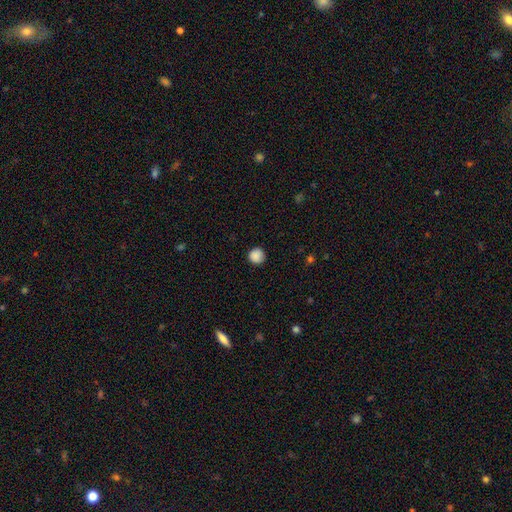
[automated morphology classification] Q: Smooth or featured?
A: smooth (88%); runner-up: star or artifact (9%)
Q: How rounded?
A: round (94%); runner-up: in between (5%)
Q: Merging?
A: none (89%); runner-up: minor disturbance (8%)